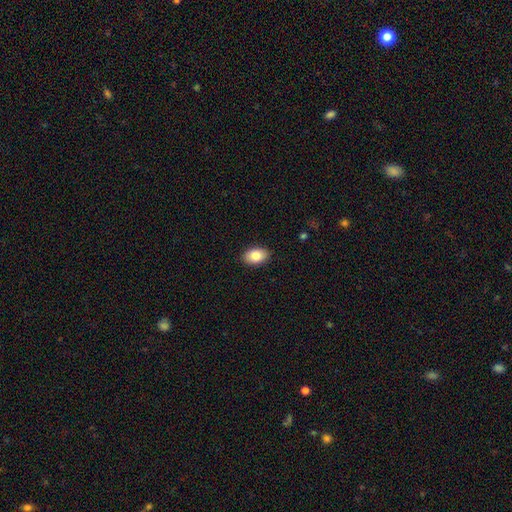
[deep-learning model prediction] smooth 84%, featured or disk 9%, star or artifact 7%. Down the decision tree: how rounded — in between (89%); merging — none (90%).